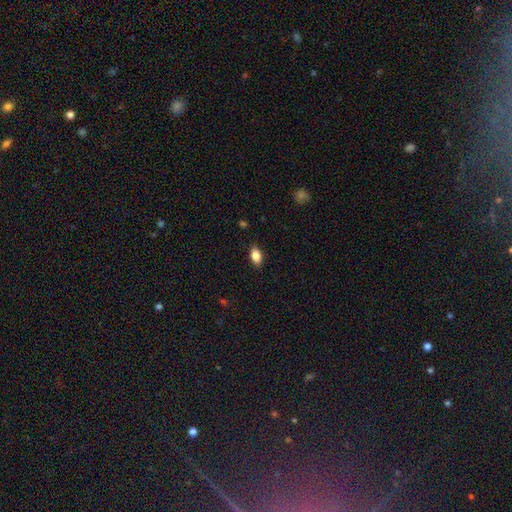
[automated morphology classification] Q: Smooth or featured?
A: smooth (84%); runner-up: star or artifact (8%)
Q: How rounded?
A: in between (88%); runner-up: round (7%)
Q: Merging?
A: none (86%); runner-up: minor disturbance (10%)